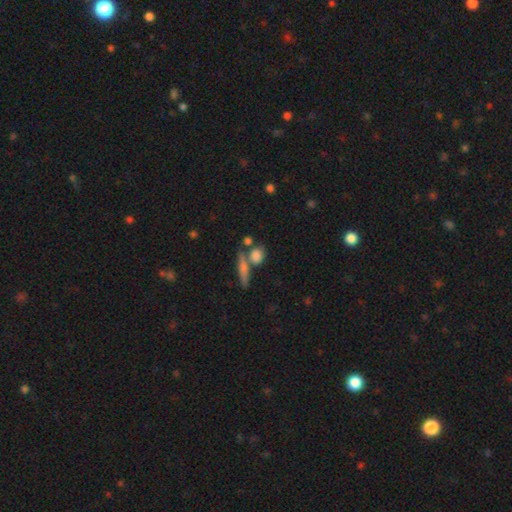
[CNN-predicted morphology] type=smooth (77%); roundness=round (58%); merging=none (57%).